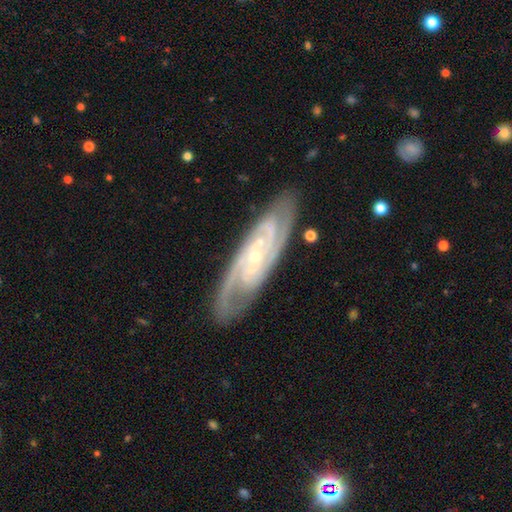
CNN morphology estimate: Q: Smooth or featured?
A: featured or disk (90%); runner-up: smooth (5%)
Q: Edge-on disk?
A: no (89%); runner-up: yes (11%)
Q: Bar?
A: no (52%); runner-up: weak (33%)
Q: Spiral arms?
A: yes (98%); runner-up: no (2%)
Q: Spiral winding?
A: tight (56%); runner-up: medium (37%)
Q: Spiral arm count?
A: 2 (50%); runner-up: 3 (24%)
Q: Bulge size?
A: small (78%); runner-up: moderate (18%)
Q: Merging?
A: none (81%); runner-up: minor disturbance (14%)